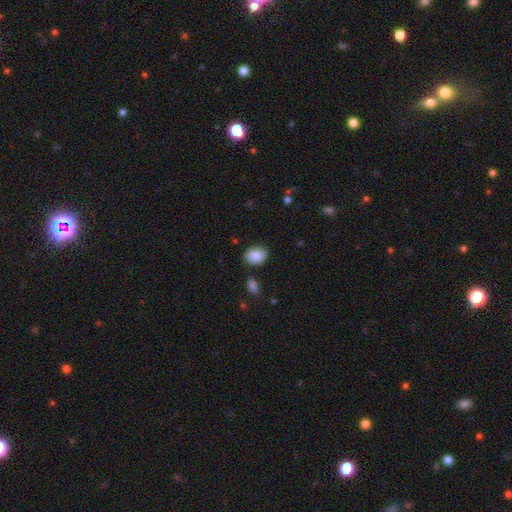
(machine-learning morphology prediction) Smooth or featured? smooth (87%)
How rounded? in between (68%)
Merging? none (77%)